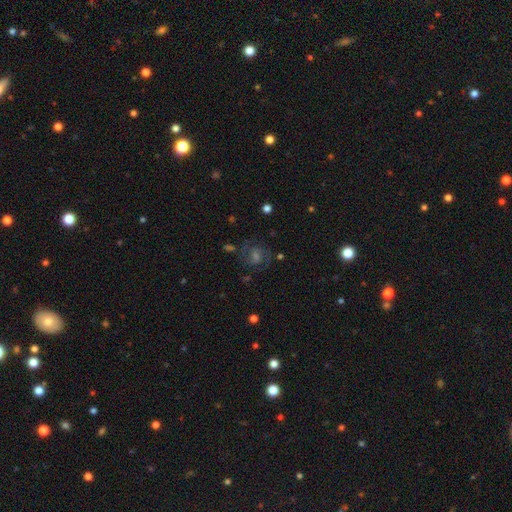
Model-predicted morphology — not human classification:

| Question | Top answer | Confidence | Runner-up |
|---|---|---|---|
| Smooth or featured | featured or disk | 57% | star or artifact (23%) |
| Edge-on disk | no | 97% | yes (3%) |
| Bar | weak | 45% | no (43%) |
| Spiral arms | yes | 89% | no (11%) |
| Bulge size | moderate | 38% | small (37%) |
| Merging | none | 76% | minor disturbance (13%) |